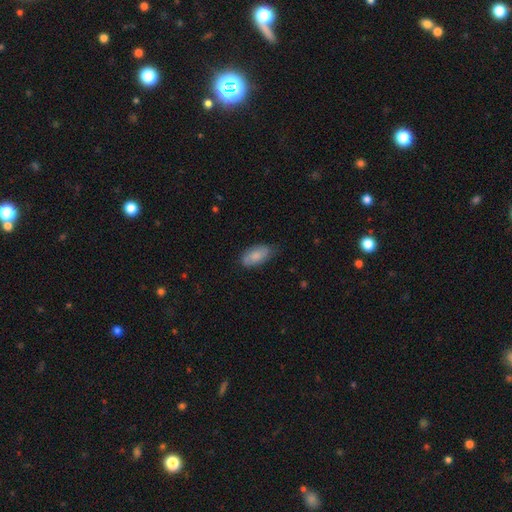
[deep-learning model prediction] Smooth or featured? smooth (82%)
How rounded? in between (91%)
Merging? none (71%)